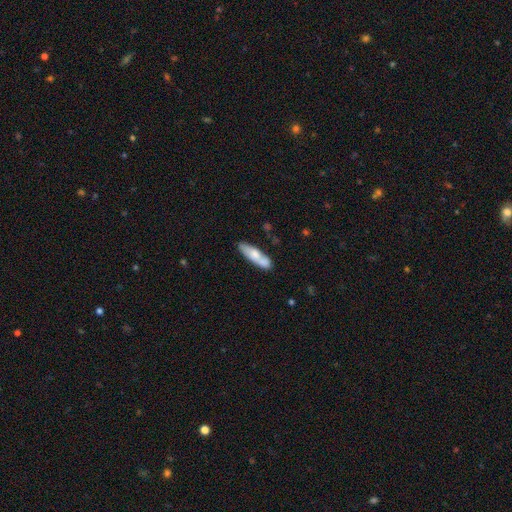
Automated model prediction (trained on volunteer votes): A smooth galaxy with no disk features (65%) that is cigar-shaped (62%).

Vote fractions:
- Smooth or featured? smooth: 65% / featured or disk: 29% / star or artifact: 6%
- How rounded? cigar-shaped: 62% / in between: 36% / round: 2%
- Merging? none: 63% / minor disturbance: 19% / merger: 14% / major disturbance: 4%